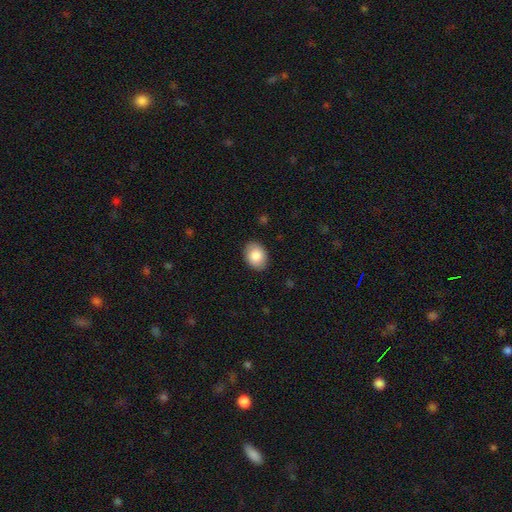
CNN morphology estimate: This appears to be a smooth galaxy with no disk features (86%) that is in between round and cigar-shaped (75%). Merging: none (87%).